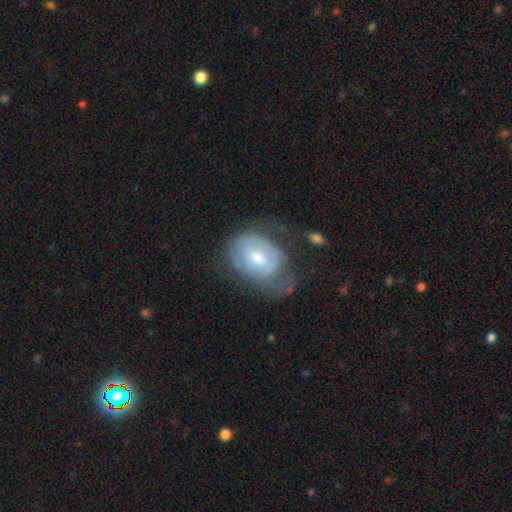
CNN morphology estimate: Smooth or featured? Predicted: featured or disk (p=0.62). Edge-on disk? Predicted: no (p=0.96). Bar? Predicted: no (p=0.47). Spiral arms? Predicted: yes (p=0.61). Bulge size? Predicted: moderate (p=0.61). Merging? Predicted: none (p=0.42).